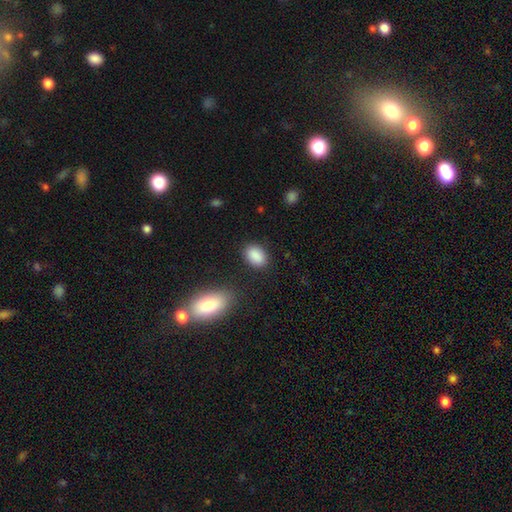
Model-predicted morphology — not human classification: Smooth or featured? Predicted: smooth (p=0.89). How rounded? Predicted: in between (p=0.84). Merging? Predicted: none (p=0.83).